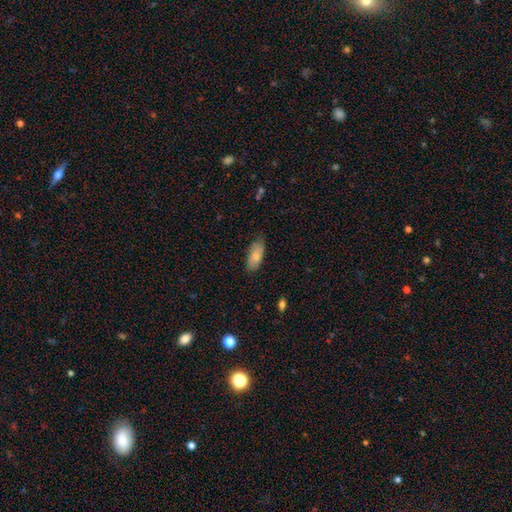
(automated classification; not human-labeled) Smooth or featured? smooth (81%)
How rounded? in between (85%)
Merging? none (76%)